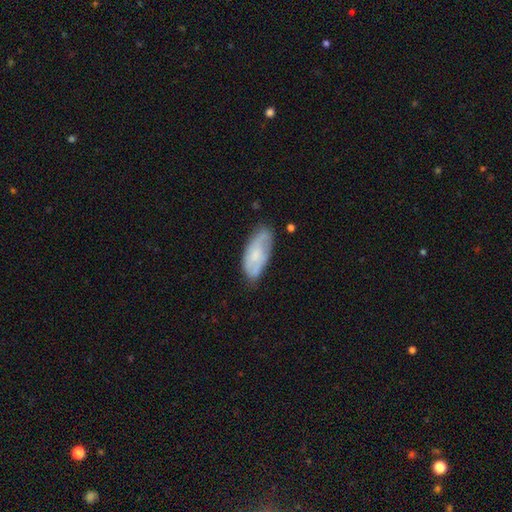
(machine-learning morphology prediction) This is possibly a smooth galaxy (49%). Merging: likely none (65%).